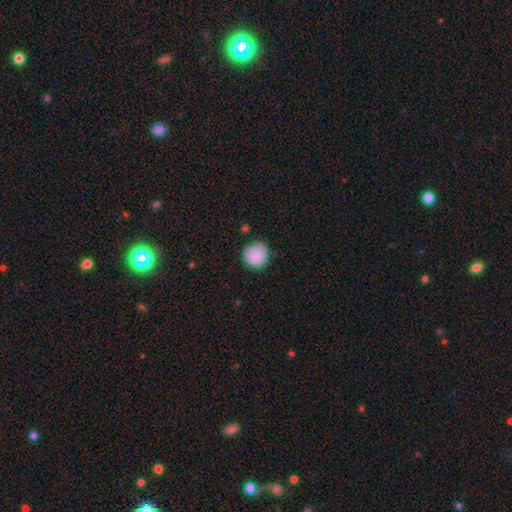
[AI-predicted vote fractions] The model was most divided on "merging": none: 78%, minor disturbance: 17%, major disturbance: 3%, merger: 2%. More confident: how rounded — round (93%); smooth or featured — smooth (85%).